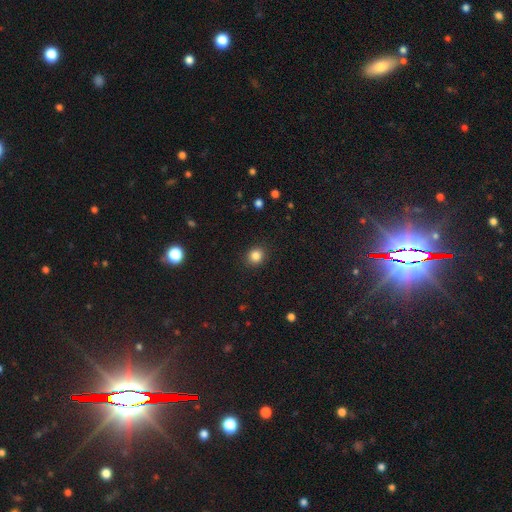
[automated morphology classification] Q: Smooth or featured?
A: smooth (84%); runner-up: star or artifact (11%)
Q: How rounded?
A: round (83%); runner-up: in between (16%)
Q: Merging?
A: none (90%); runner-up: minor disturbance (6%)